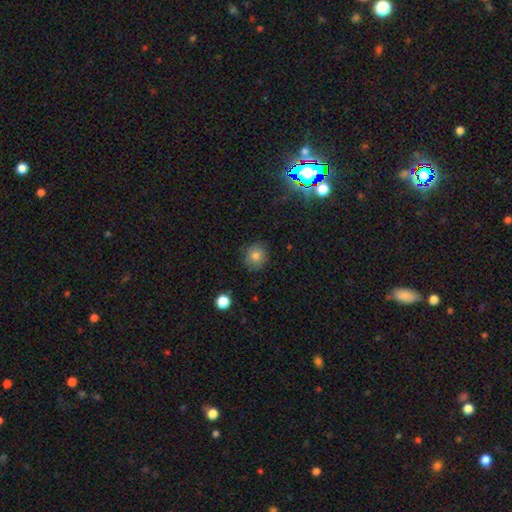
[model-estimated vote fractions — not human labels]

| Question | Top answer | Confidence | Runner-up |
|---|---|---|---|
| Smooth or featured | smooth | 79% | star or artifact (12%) |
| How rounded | round | 89% | in between (10%) |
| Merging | none | 87% | minor disturbance (10%) |